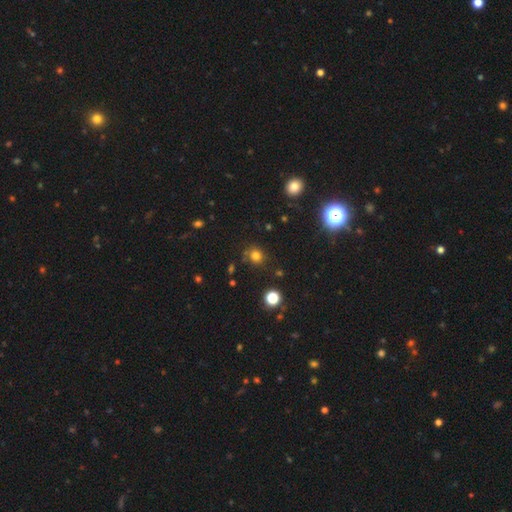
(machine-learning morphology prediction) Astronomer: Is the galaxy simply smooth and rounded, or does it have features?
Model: smooth — 74%.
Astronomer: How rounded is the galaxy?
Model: round — 85%.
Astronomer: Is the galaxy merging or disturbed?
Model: none — 78%.